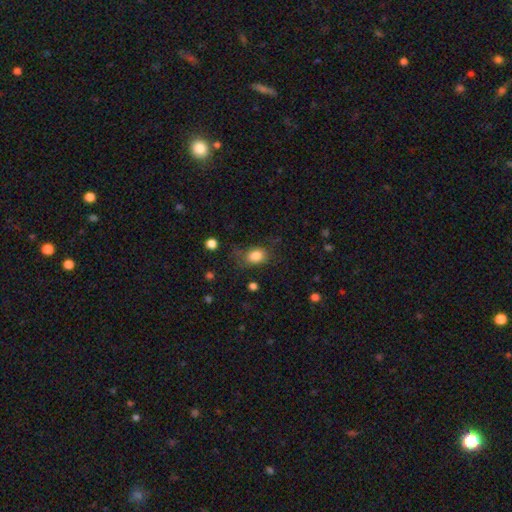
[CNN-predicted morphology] smooth-or-featured: smooth: 84% | star or artifact: 9% | featured or disk: 7%
  how-rounded: in between: 68% | round: 31% | cigar-shaped: 1%
  merging: none: 63% | minor disturbance: 23% | major disturbance: 11% | merger: 2%